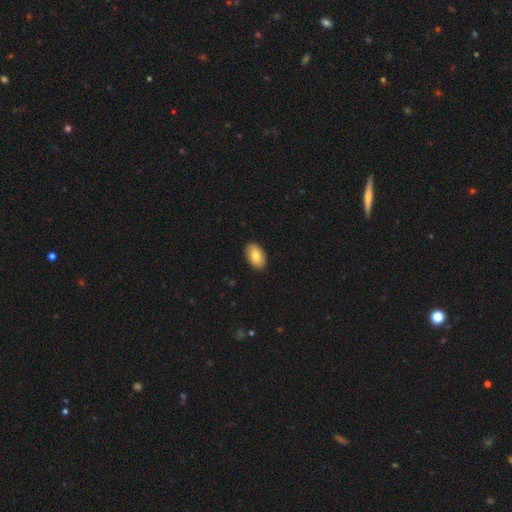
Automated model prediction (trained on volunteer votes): This appears to be a smooth galaxy with no disk features (78%) that is in between round and cigar-shaped (93%). Merging: none (90%).